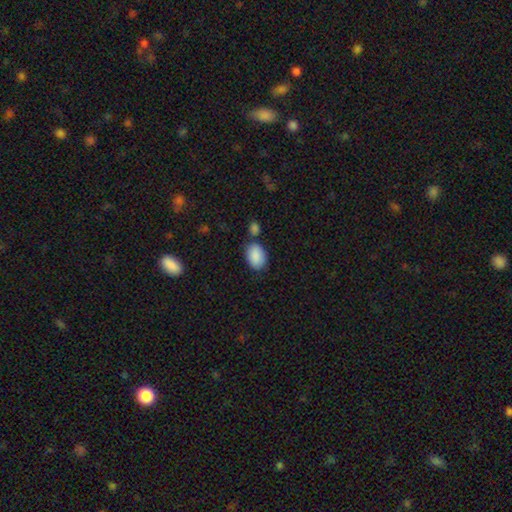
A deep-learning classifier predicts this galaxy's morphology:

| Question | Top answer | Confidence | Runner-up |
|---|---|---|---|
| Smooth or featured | smooth | 89% | star or artifact (7%) |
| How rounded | in between | 86% | round (13%) |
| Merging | none | 66% | minor disturbance (16%) |